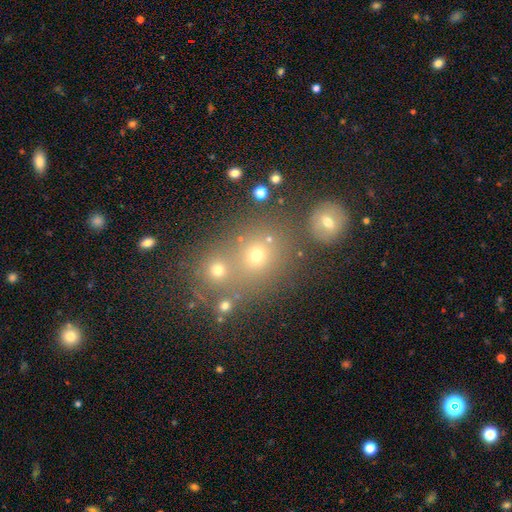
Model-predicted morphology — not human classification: smooth-or-featured: smooth: 46% | star or artifact: 39% | featured or disk: 15%
  merging: none: 52% | merger: 35% | minor disturbance: 9% | major disturbance: 5%